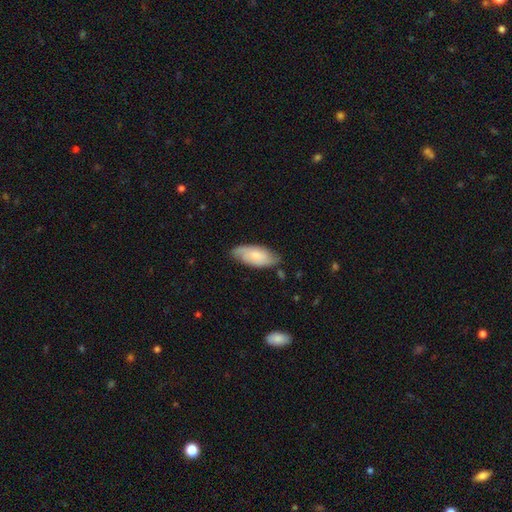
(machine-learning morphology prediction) type=smooth (54%); roundness=in between (87%); merging=none (73%).